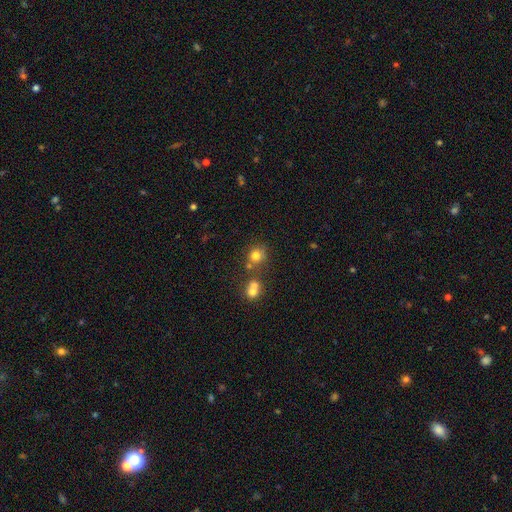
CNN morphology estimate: Smooth or featured? Predicted: smooth (p=0.76). How rounded? Predicted: round (p=0.85). Merging? Predicted: none (p=0.61).